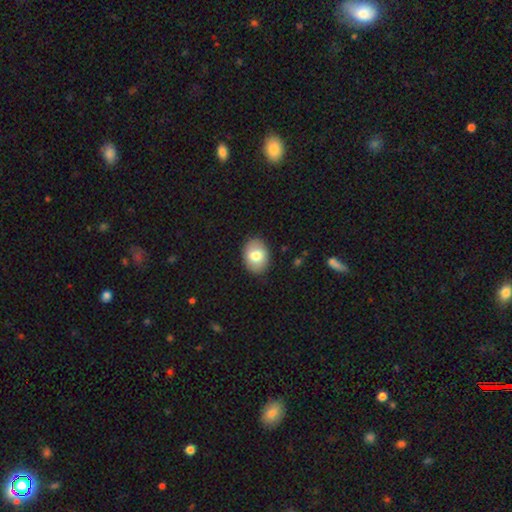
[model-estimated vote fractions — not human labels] A smooth galaxy with no disk features (77%) that is in between round and cigar-shaped (73%).

Vote fractions:
- Smooth or featured? smooth: 77% / featured or disk: 16% / star or artifact: 7%
- How rounded? in between: 73% / round: 26% / cigar-shaped: 1%
- Merging? none: 89% / minor disturbance: 8% / major disturbance: 2% / merger: 1%